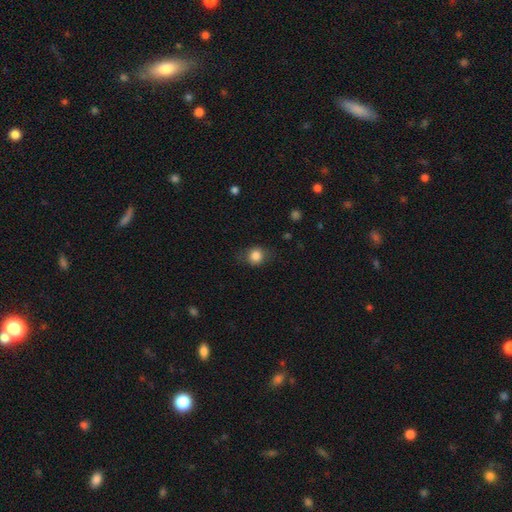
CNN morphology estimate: smooth_or_featured: smooth (p=0.81) [alt: star or artifact p=0.10]
how_rounded: round (p=0.70) [alt: in between p=0.29]
merging: none (p=0.73) [alt: minor disturbance p=0.19]